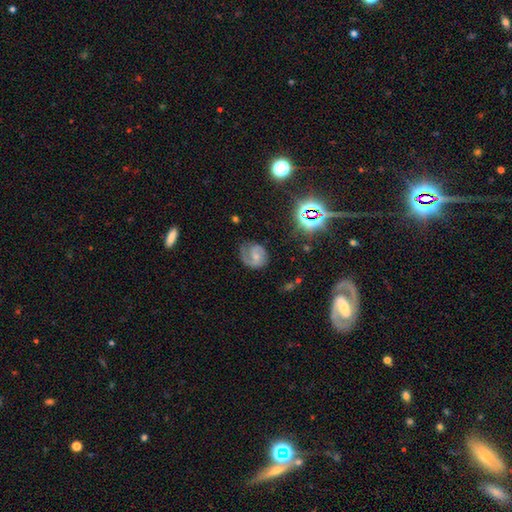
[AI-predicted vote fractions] The model was most divided on "bar": no: 47%, weak: 41%, strong: 12%. Remaining: edge-on disk — no (98%); spiral arms — yes (92%); smooth or featured — featured or disk (70%); merging — none (60%); spiral arm count — 2 (58%); bulge size — small (55%); spiral winding — medium (46%).